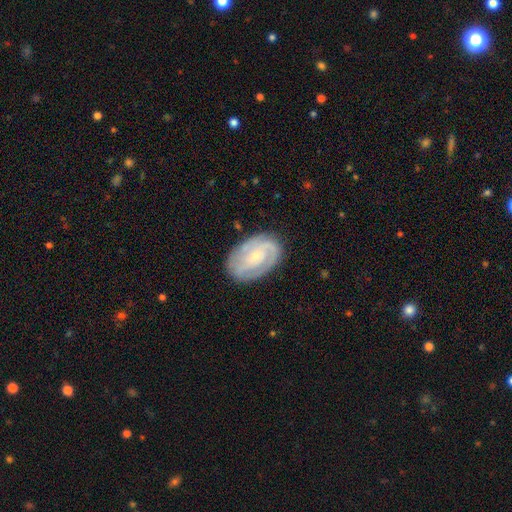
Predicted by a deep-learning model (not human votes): The model was most divided on "spiral arm count": 2: 42%, can't tell: 28%, 3: 16%, 1: 6%, 4: 4%, more than 4: 3%. More confident: edge-on disk — no (97%); spiral arms — yes (91%); smooth or featured — featured or disk (78%); merging — none (78%); bulge size — small (74%); bar — no (62%); spiral winding — tight (58%).